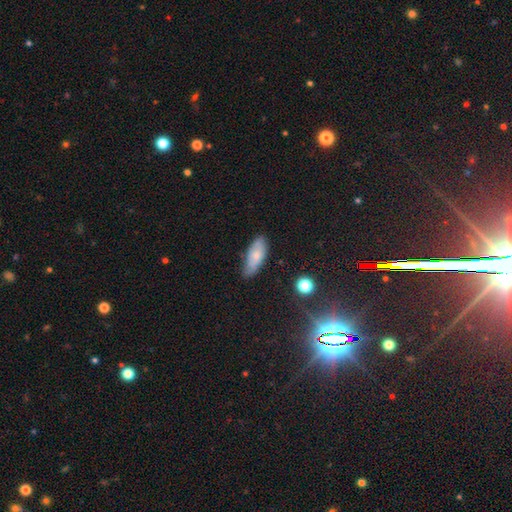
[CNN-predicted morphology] Smooth or featured: smooth — 67% (featured or disk — 26%)
How rounded: in between — 79% (cigar-shaped — 18%)
Merging: none — 65% (minor disturbance — 28%)